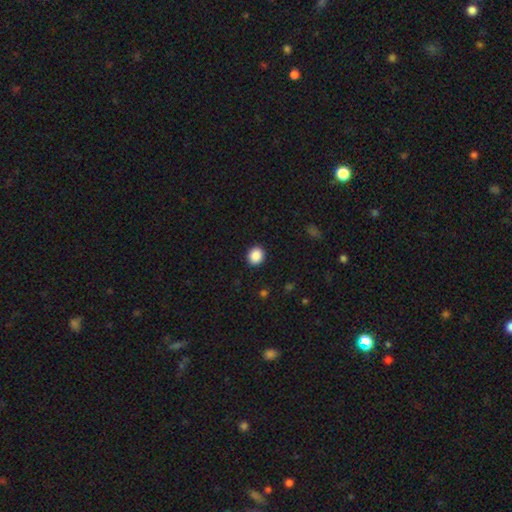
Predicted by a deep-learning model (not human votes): This is clearly a smooth galaxy (89%). How rounded: likely round (73%). Merging: clearly none (91%).